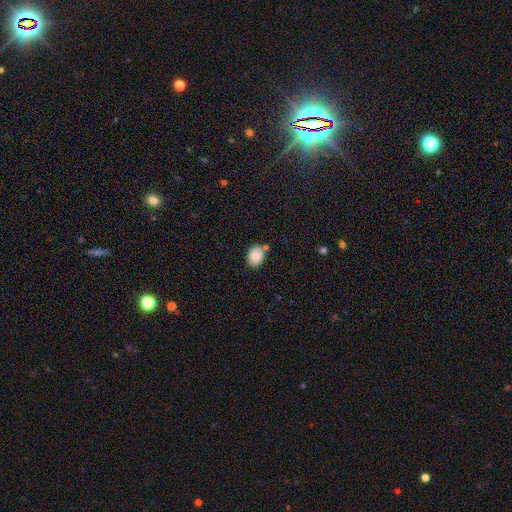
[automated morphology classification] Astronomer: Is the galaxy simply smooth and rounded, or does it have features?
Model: smooth — 88%.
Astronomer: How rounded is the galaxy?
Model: in between — 64%.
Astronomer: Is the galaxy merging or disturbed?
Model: none — 72%.